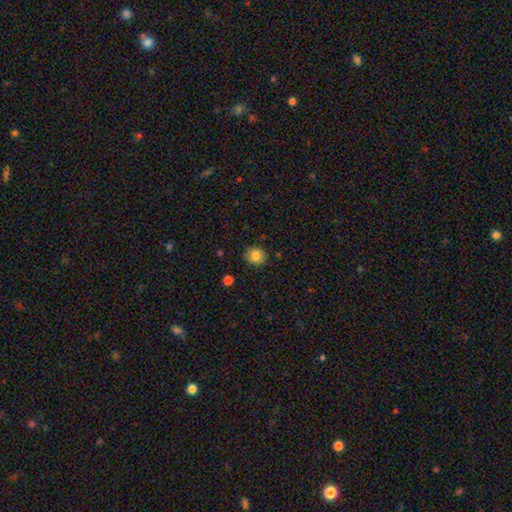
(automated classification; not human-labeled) Morphology: type=smooth (82%); roundness=round (83%); merging=none (88%).